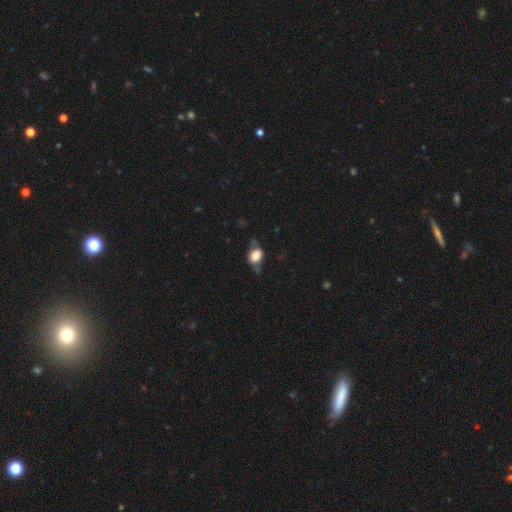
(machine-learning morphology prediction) Smooth or featured?
  - smooth: 70% *
  - featured or disk: 21%
  - star or artifact: 9%
How rounded?
  - in between: 71% *
  - round: 27%
  - cigar-shaped: 2%
Merging?
  - none: 46% *
  - minor disturbance: 32%
  - major disturbance: 17%
  - merger: 5%